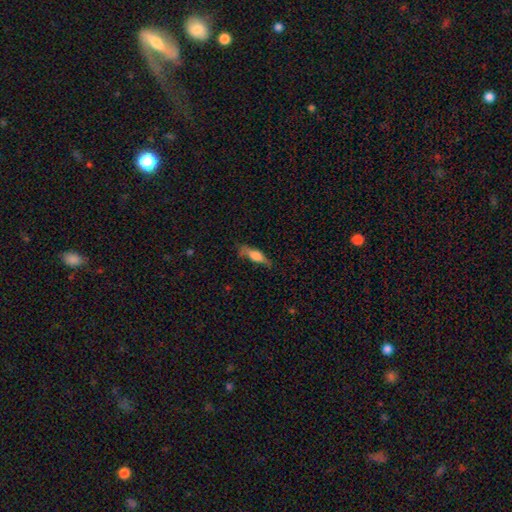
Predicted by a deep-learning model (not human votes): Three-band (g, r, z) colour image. It shows a smooth galaxy with no disk features (57%) that is cigar-shaped (54%). Merging: none (64%).